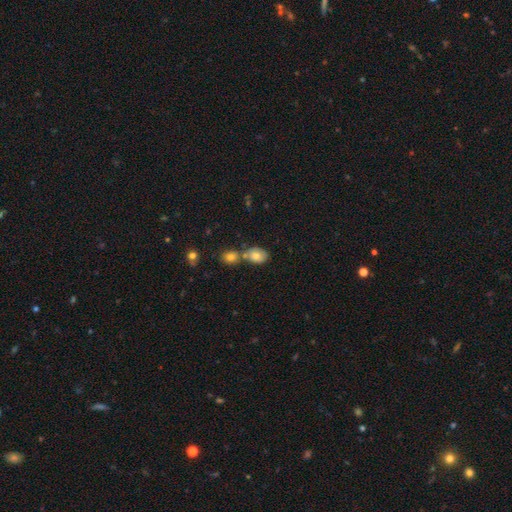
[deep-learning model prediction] Q: Smooth or featured?
A: smooth (75%); runner-up: featured or disk (14%)
Q: How rounded?
A: in between (67%); runner-up: round (31%)
Q: Merging?
A: none (47%); runner-up: merger (38%)